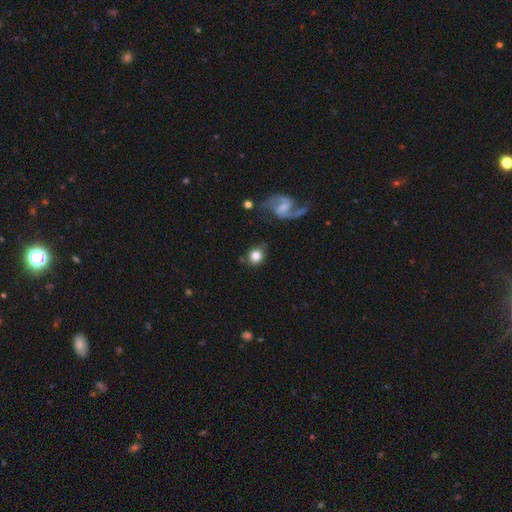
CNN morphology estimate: This appears to be a smooth galaxy with no disk features (71%) that is round (86%). Merging: none (77%).